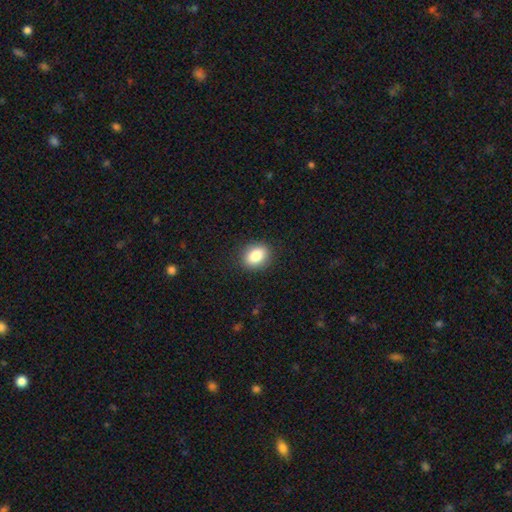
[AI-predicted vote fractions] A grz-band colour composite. It shows a smooth galaxy with no disk features (85%) that is in between round and cigar-shaped (59%). Merging: none (89%).